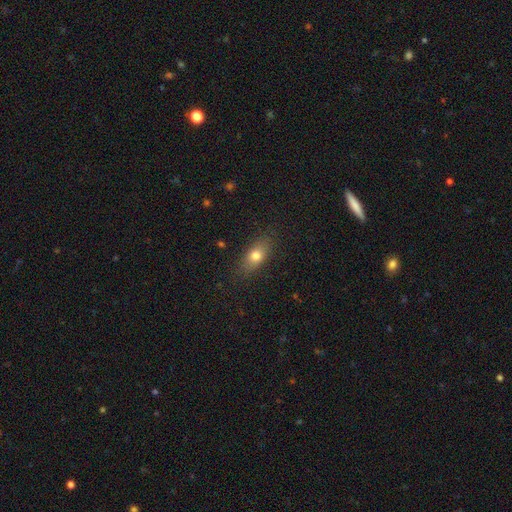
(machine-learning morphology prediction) Smooth or featured?
  - smooth: 75% *
  - featured or disk: 16%
  - star or artifact: 9%
How rounded?
  - in between: 76% *
  - cigar-shaped: 13%
  - round: 11%
Merging?
  - none: 83% *
  - minor disturbance: 12%
  - major disturbance: 3%
  - merger: 1%